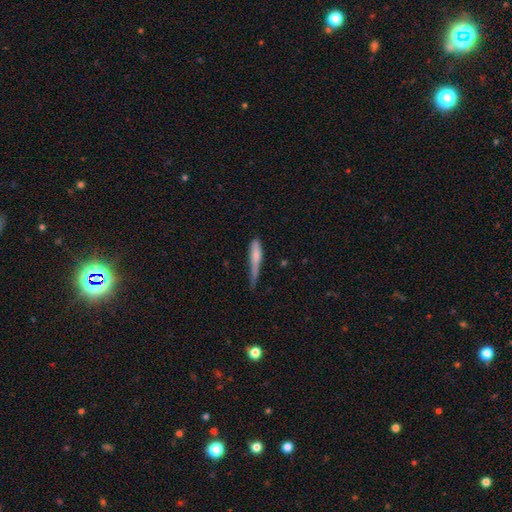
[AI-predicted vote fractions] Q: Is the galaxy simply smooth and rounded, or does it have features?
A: smooth — 71%.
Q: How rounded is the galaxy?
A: cigar-shaped — 83%.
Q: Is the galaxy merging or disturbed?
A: minor disturbance — 41%.